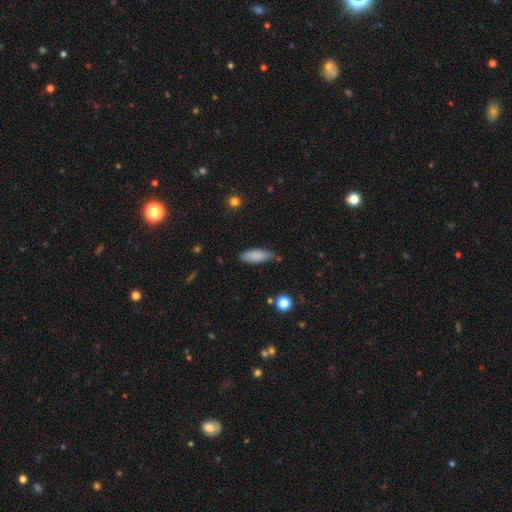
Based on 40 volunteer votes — This appears to be a smooth galaxy with no disk features (88%) that is in between round and cigar-shaped (83%). Merging: none (82%).